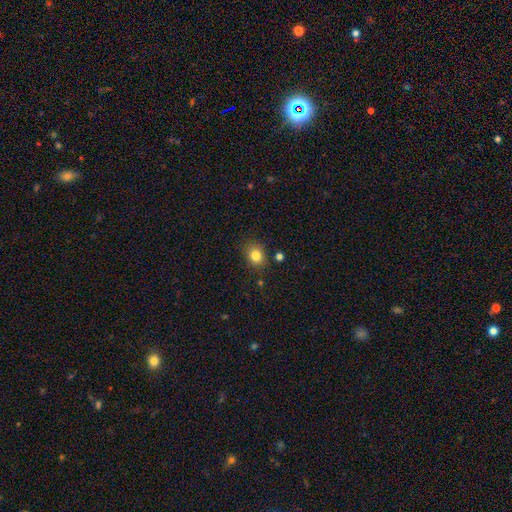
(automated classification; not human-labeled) This appears to be a smooth galaxy with no disk features (82%) that is round (61%). Merging: none (83%).